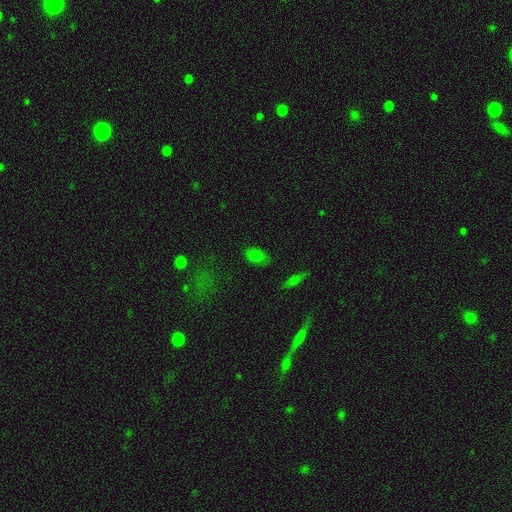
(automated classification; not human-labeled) smooth_or_featured: smooth (p=0.79) [alt: star or artifact p=0.15]
how_rounded: in between (p=0.91) [alt: round p=0.07]
merging: none (p=0.81) [alt: minor disturbance p=0.14]